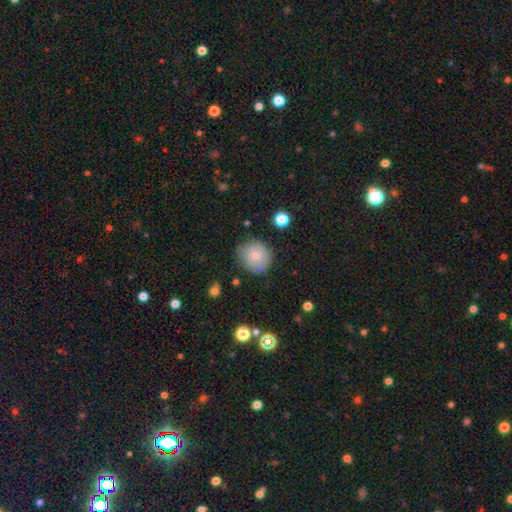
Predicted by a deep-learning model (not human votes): Smooth or featured: smooth — 73% (featured or disk — 18%)
How rounded: round — 85% (in between — 14%)
Merging: none — 74% (minor disturbance — 19%)